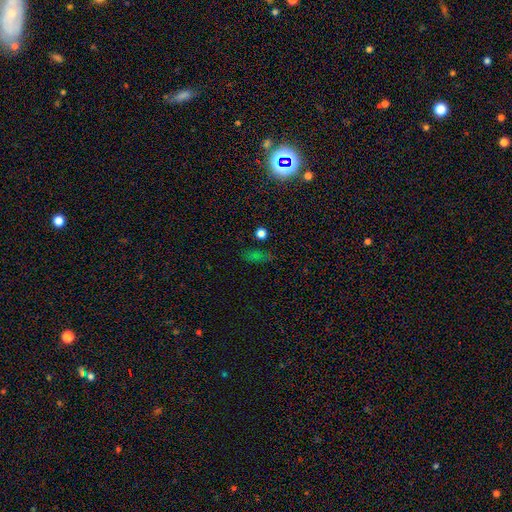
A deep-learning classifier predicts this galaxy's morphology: A smooth galaxy with no disk features (44%, tied with star or artifact). Merging: none (74%).